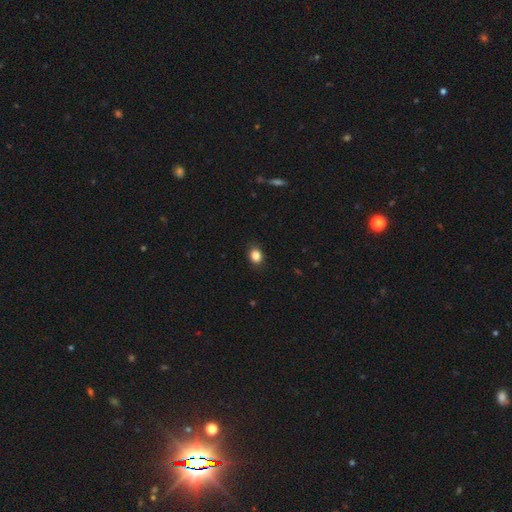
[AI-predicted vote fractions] A smooth galaxy with no disk features (86%) that is round (50%).

Vote fractions:
- Smooth or featured? smooth: 86% / star or artifact: 10% / featured or disk: 4%
- How rounded? round: 50% / in between: 49% / cigar-shaped: 1%
- Merging? none: 87% / minor disturbance: 9% / major disturbance: 2% / merger: 1%